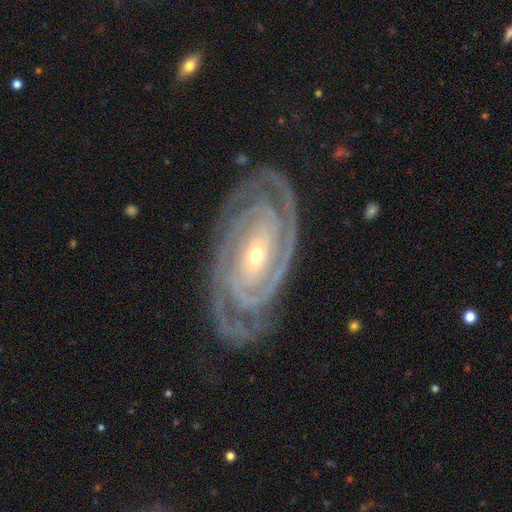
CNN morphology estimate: A featured or disk galaxy (93%) with no bar (50%), 2 (49%) tight (85%) spiral arms (98%) and a small central bulge (62%). Merging: none (81%).